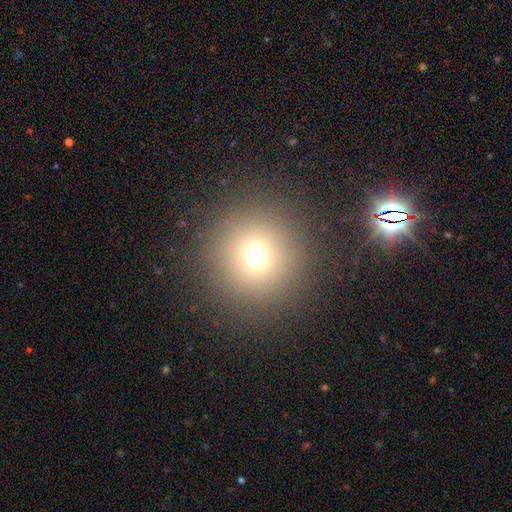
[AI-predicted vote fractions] This appears to be a smooth galaxy with no disk features (69%) that is round (95%). Merging: none (89%).